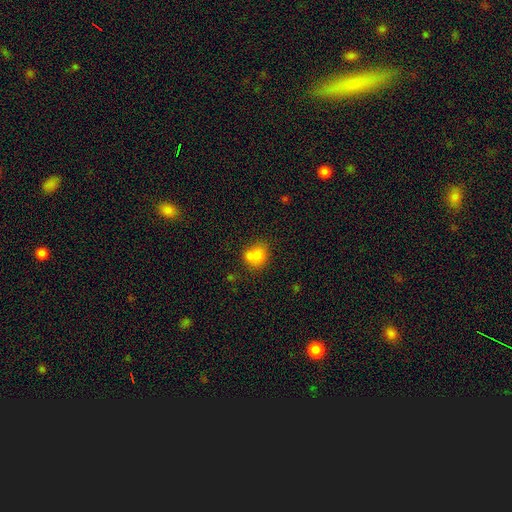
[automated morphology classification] Smooth or featured? smooth (77%)
How rounded? round (63%)
Merging? merger (41%)